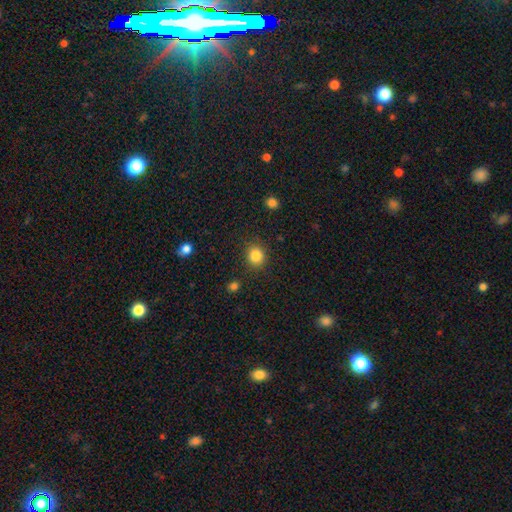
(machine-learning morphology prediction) smooth_or_featured: smooth (p=0.84) [alt: star or artifact p=0.11]
how_rounded: round (p=0.82) [alt: in between p=0.18]
merging: none (p=0.87) [alt: minor disturbance p=0.08]